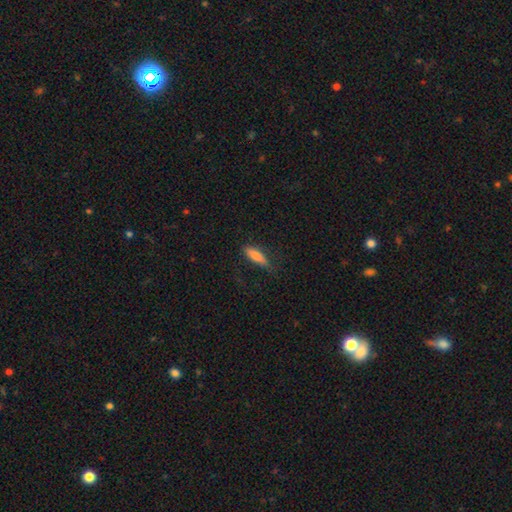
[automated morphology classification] This appears to be a smooth galaxy with no disk features (75%) that is cigar-shaped (56%). Merging: none (71%).